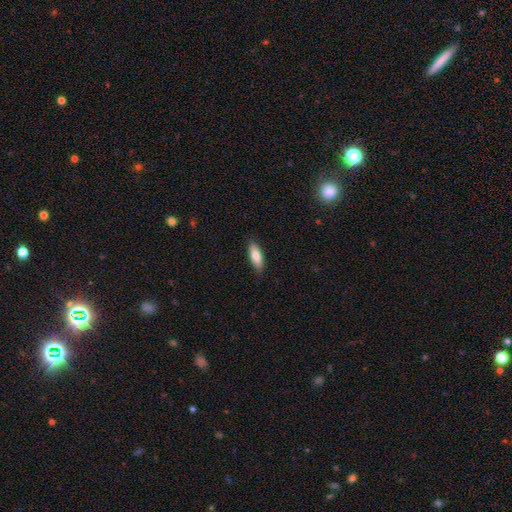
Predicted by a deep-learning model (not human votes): smooth-or-featured: smooth: 79% | featured or disk: 15% | star or artifact: 6%
  how-rounded: in between: 62% | cigar-shaped: 36% | round: 2%
  merging: none: 87% | minor disturbance: 10% | major disturbance: 2% | merger: 1%